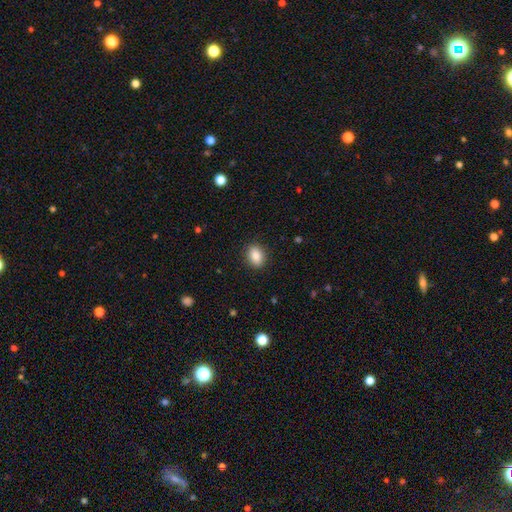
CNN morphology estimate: This appears to be a smooth galaxy with no disk features (86%) that is in between round and cigar-shaped (65%). Merging: none (89%).